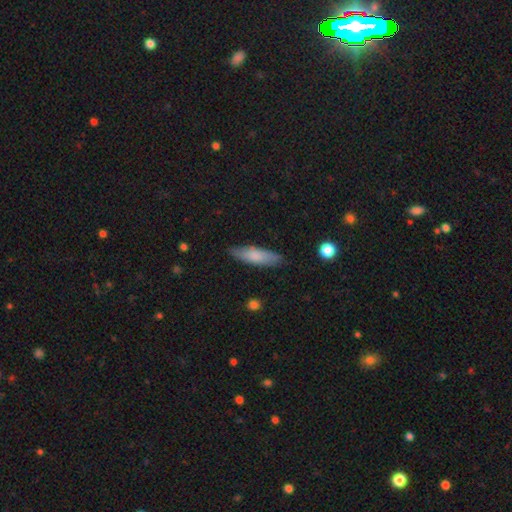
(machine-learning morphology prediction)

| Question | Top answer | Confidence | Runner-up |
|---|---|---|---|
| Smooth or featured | smooth | 75% | featured or disk (20%) |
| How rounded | cigar-shaped | 61% | in between (37%) |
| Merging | none | 84% | minor disturbance (12%) |